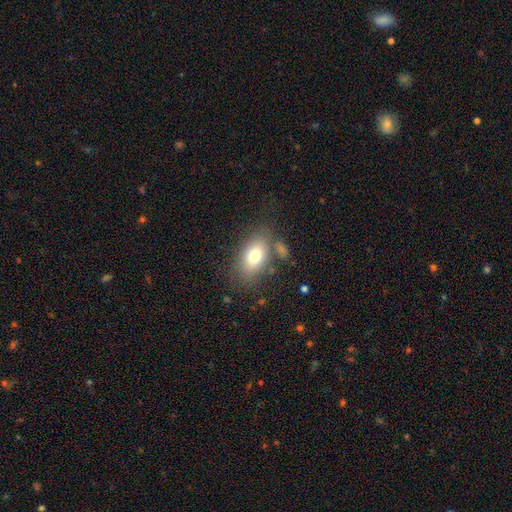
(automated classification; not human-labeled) Smooth or featured: smooth — 75% (featured or disk — 15%)
How rounded: in between — 88% (round — 9%)
Merging: none — 71% (minor disturbance — 14%)